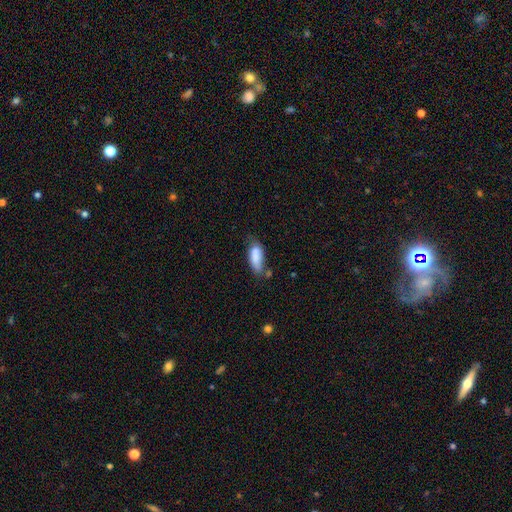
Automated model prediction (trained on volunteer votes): Overall: smooth (81%). How rounded: in between (78%). Merging: none (41%; minor disturbance 34%).